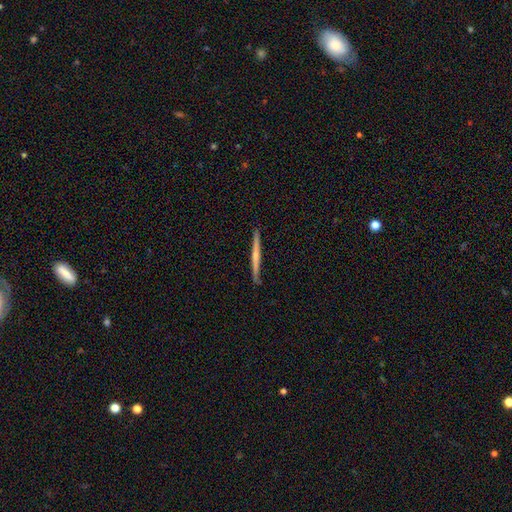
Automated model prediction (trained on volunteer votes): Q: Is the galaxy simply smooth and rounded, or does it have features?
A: featured or disk — 59%.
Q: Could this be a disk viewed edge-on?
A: yes — 98%.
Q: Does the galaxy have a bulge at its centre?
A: rounded — 48%.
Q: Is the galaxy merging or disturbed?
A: none — 90%.